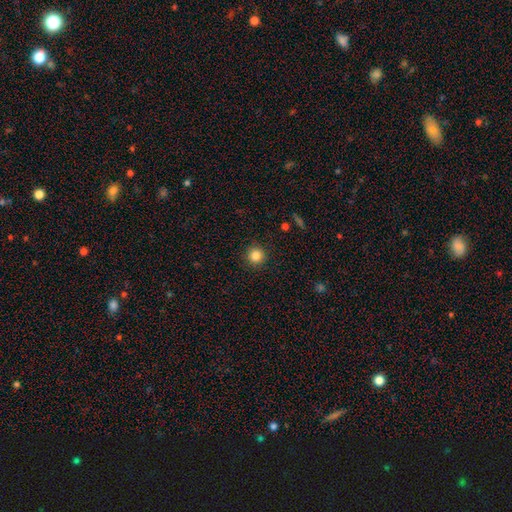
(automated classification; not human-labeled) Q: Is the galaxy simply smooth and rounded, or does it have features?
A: smooth — 84%.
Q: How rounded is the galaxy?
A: round — 95%.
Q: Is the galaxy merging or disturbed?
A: none — 92%.